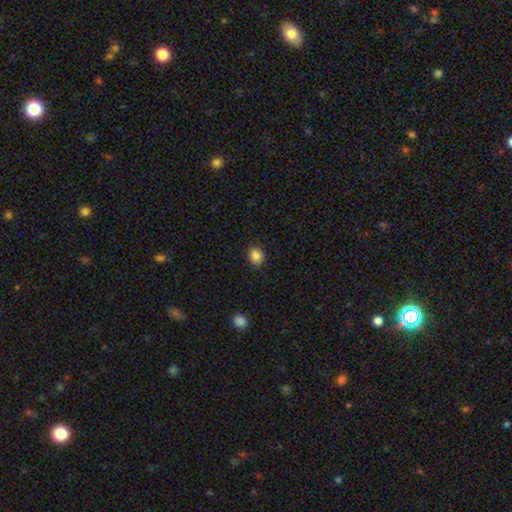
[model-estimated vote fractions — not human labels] This appears to be a smooth galaxy with no disk features (87%) that is round (66%). Merging: none (89%).